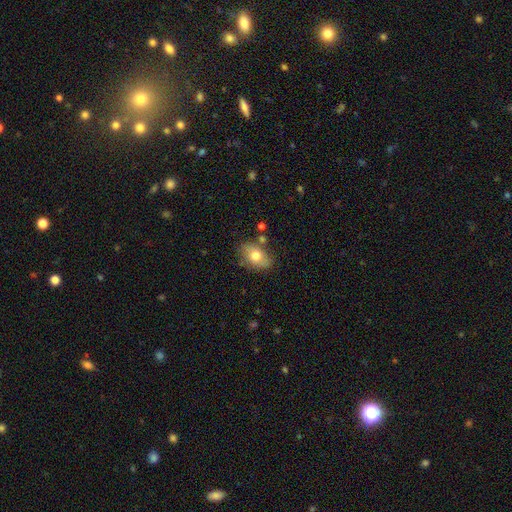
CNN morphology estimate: smooth_or_featured: smooth (p=0.71) [alt: featured or disk p=0.21]
how_rounded: in between (p=0.81) [alt: round p=0.18]
merging: none (p=0.74) [alt: minor disturbance p=0.17]